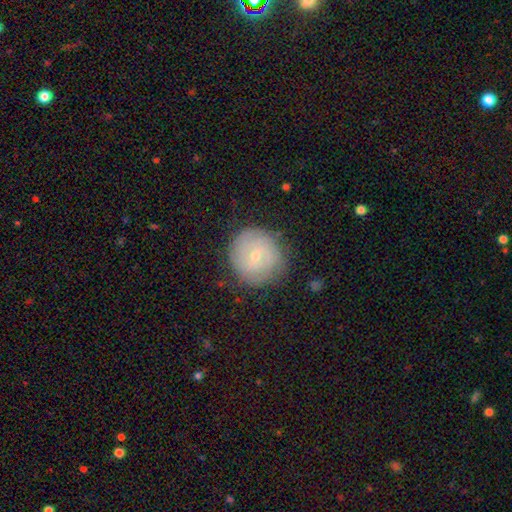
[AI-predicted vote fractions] The model was most divided on "smooth or featured": featured or disk: 53%, smooth: 39%, star or artifact: 8%. More confident: edge-on disk — no (97%); merging — none (80%); spiral arms — yes (77%); bulge size — small (71%); bar — no (66%).